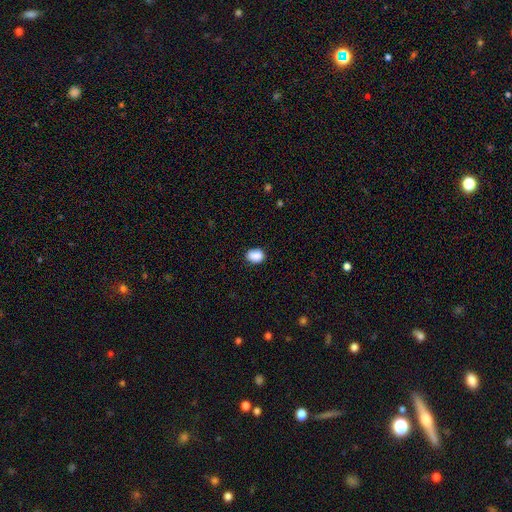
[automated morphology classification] A smooth galaxy with no disk features (88%) that is in between round and cigar-shaped (59%).

Vote fractions:
- Smooth or featured? smooth: 88% / star or artifact: 8% / featured or disk: 4%
- How rounded? in between: 59% / round: 40% / cigar-shaped: 1%
- Merging? none: 80% / minor disturbance: 15% / major disturbance: 3% / merger: 2%